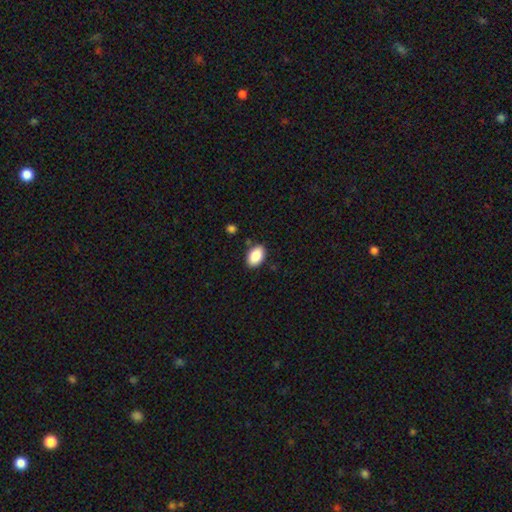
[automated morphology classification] type=smooth (88%); roundness=in between (90%); merging=none (86%).